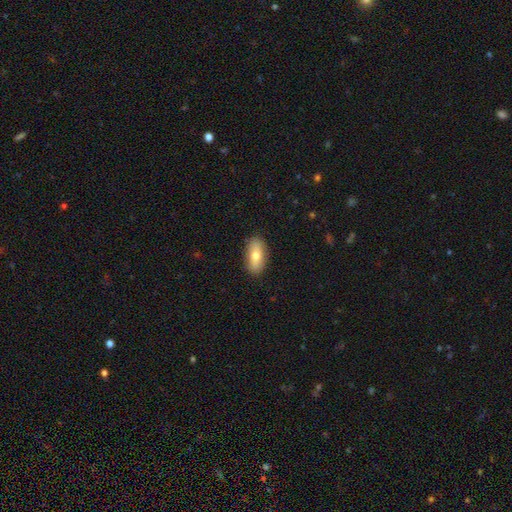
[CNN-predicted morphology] Smooth or featured? smooth (71%)
How rounded? in between (85%)
Merging? none (87%)